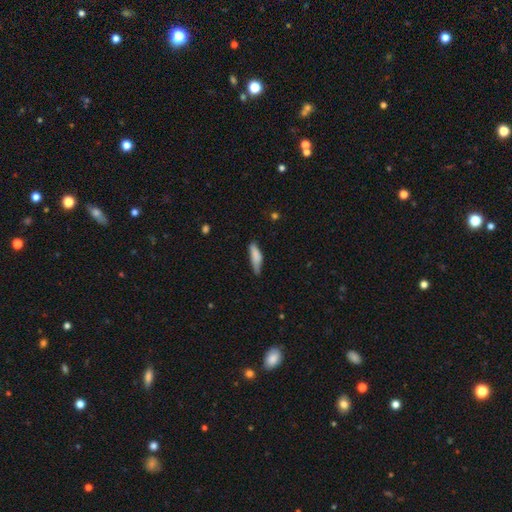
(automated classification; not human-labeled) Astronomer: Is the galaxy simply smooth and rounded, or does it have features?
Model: smooth — 80%.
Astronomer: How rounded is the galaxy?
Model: cigar-shaped — 56% (runner-up: in between, 42%).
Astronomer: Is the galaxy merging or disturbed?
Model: none — 55% (runner-up: minor disturbance, 35%).